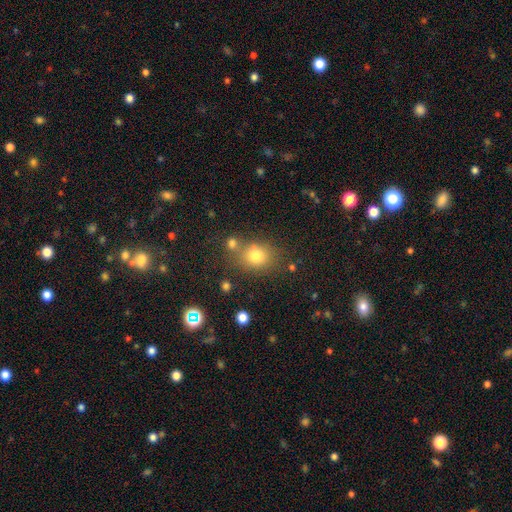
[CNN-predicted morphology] Smooth or featured? smooth (75%)
How rounded? round (60%)
Merging? none (69%)